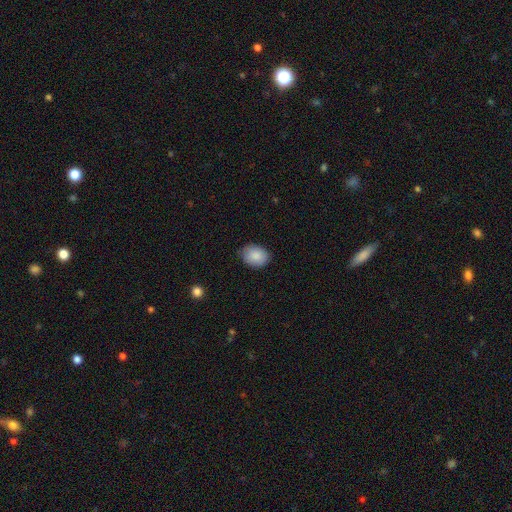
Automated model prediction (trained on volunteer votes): Overall: smooth (87%). How rounded: in between (65%; round 34%). Merging: none (82%).